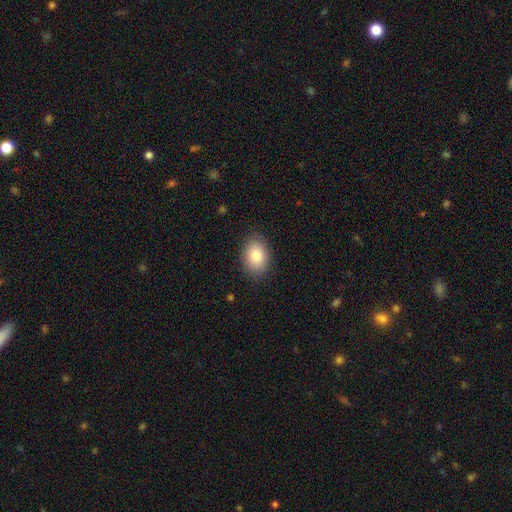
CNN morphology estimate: Smooth or featured: smooth — 83% (featured or disk — 9%)
How rounded: in between — 72% (round — 27%)
Merging: none — 86% (minor disturbance — 10%)